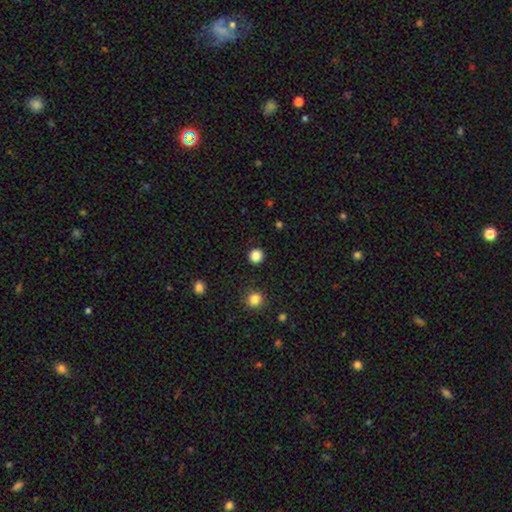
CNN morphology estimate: type=smooth (85%); roundness=round (94%); merging=none (92%).